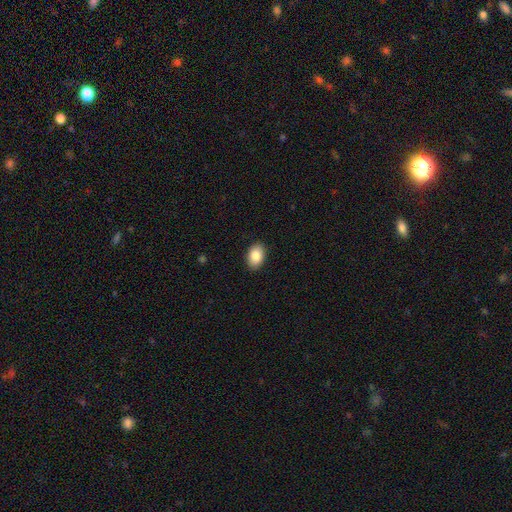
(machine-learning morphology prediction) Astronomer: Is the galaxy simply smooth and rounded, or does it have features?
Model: smooth — 86%.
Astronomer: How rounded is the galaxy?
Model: in between — 87%.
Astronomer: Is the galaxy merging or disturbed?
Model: none — 89%.